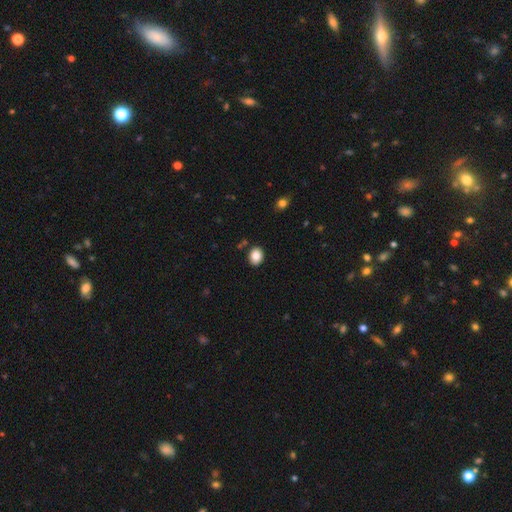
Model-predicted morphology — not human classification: A smooth galaxy with no disk features (87%) that is in between round and cigar-shaped (58%). Merging: none (86%).